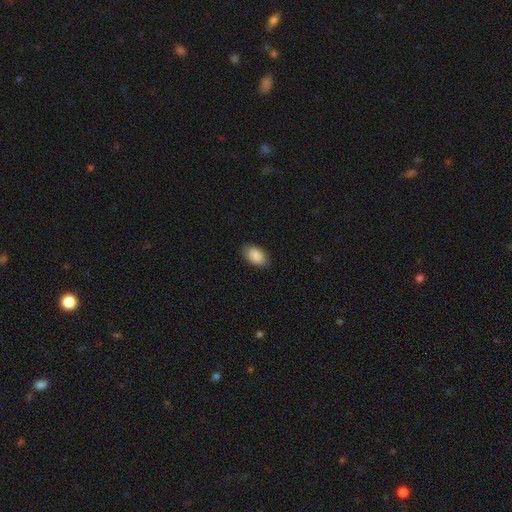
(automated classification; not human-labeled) The model was most divided on "merging": none: 86%, minor disturbance: 11%, major disturbance: 2%, merger: 1%. More confident: how rounded — in between (93%); smooth or featured — smooth (89%).